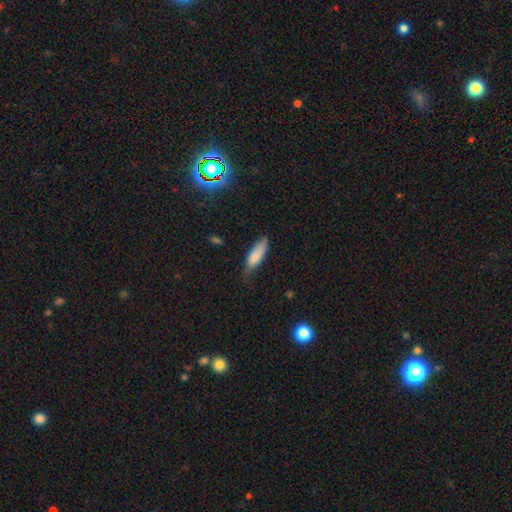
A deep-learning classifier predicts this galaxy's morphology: Overall: smooth (84%). How rounded: in between (60%; cigar-shaped 39%). Merging: none (51%; minor disturbance 37%).